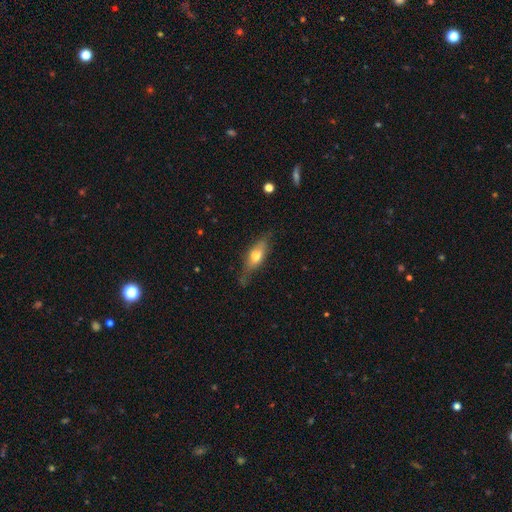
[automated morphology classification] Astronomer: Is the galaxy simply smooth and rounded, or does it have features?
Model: smooth — 55% (runner-up: featured or disk, 38%).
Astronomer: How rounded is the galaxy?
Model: in between — 59% (runner-up: cigar-shaped, 37%).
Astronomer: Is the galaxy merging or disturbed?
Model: none — 69%.